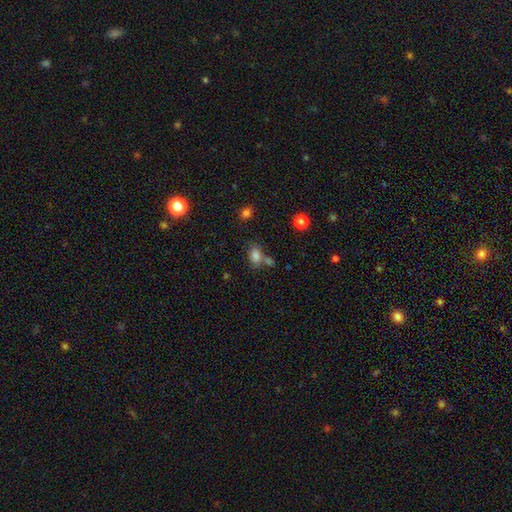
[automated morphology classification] A smooth galaxy with no disk features (81%) that is in between round and cigar-shaped (79%). Merging: none (55%).